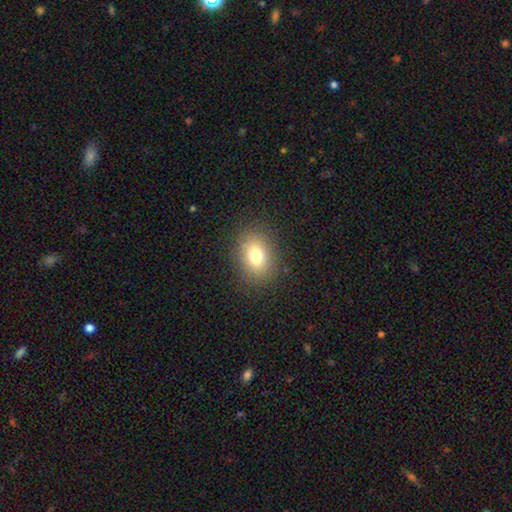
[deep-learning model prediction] This appears to be a smooth galaxy with no disk features (75%) that is in between round and cigar-shaped (64%). Merging: none (85%).